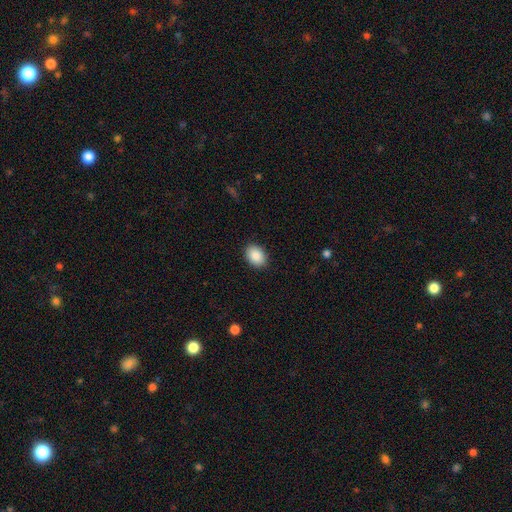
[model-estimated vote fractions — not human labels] smooth-or-featured: smooth: 89% | star or artifact: 7% | featured or disk: 4%
  how-rounded: in between: 74% | round: 25% | cigar-shaped: 1%
  merging: none: 89% | minor disturbance: 8% | major disturbance: 2% | merger: 1%